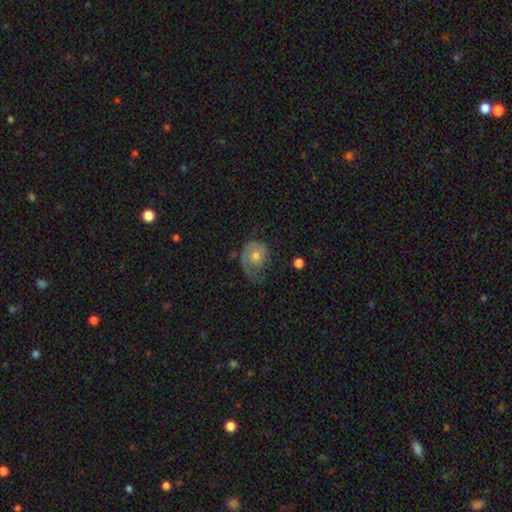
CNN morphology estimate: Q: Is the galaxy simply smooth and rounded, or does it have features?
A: featured or disk — 56%.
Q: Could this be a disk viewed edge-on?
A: no — 97%.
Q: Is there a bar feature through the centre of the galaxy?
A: no — 83%.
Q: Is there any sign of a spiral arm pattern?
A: yes — 75%.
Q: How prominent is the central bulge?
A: moderate — 56%.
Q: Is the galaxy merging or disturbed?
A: none — 38%.